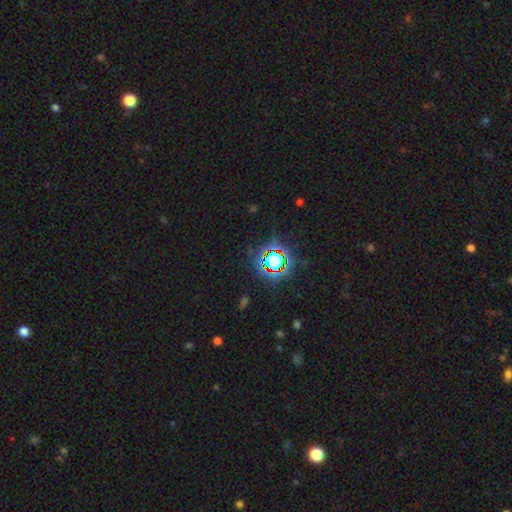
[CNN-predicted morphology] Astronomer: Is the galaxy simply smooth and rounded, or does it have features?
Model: star or artifact — 80%.